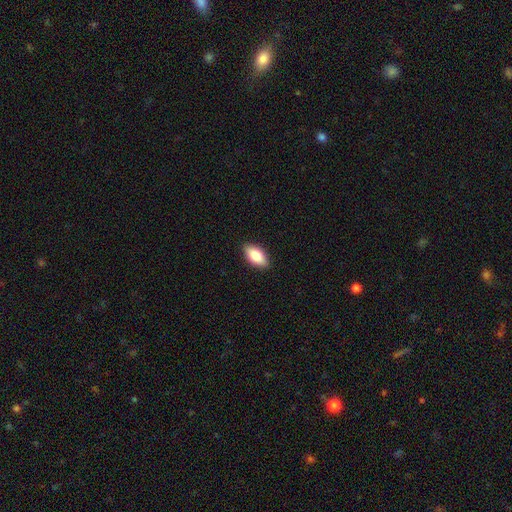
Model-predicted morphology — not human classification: Overall: smooth (79%). How rounded: in between (90%). Merging: none (89%).